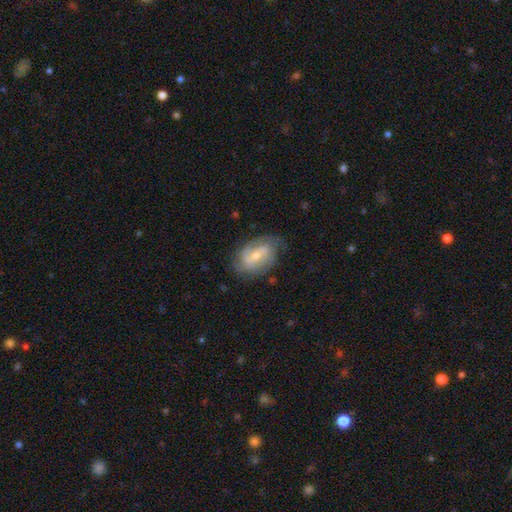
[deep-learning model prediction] This is likely a featured or disk galaxy (71%). It is clearly not viewed edge-on (96%). Bar: possibly weak (51%). Spiral arm pattern: clearly yes (85%). Spiral arm count: likely 2 (64%). Spiral winding: marginally medium (43%). Central bulge: possibly small (49%). Merging: likely none (68%).